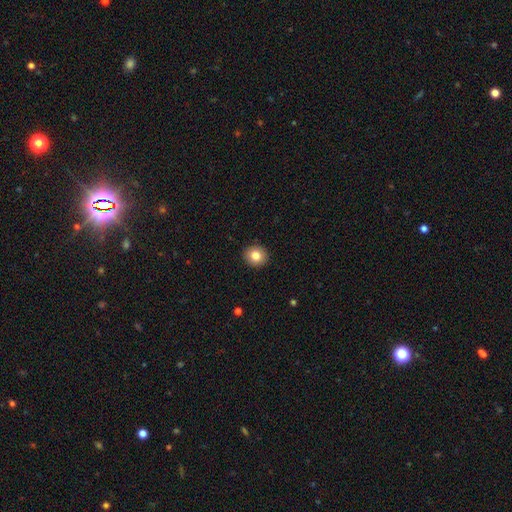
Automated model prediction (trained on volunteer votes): This appears to be a smooth galaxy with no disk features (82%) that is round (89%). Merging: none (92%).